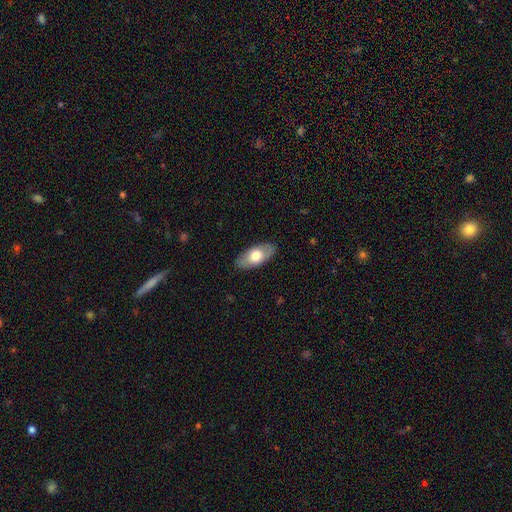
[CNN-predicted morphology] Overall: smooth (65%; featured or disk 29%). How rounded: in between (91%). Merging: none (85%).